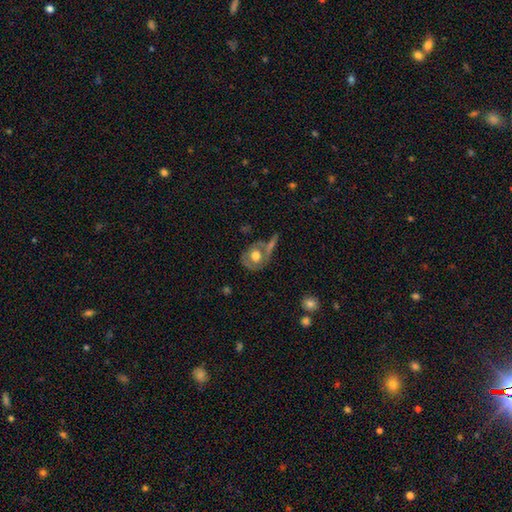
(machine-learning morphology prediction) Overall: smooth (54%; featured or disk 39%). How rounded: round (67%; in between 31%). Merging: none (54%; merger 20%).